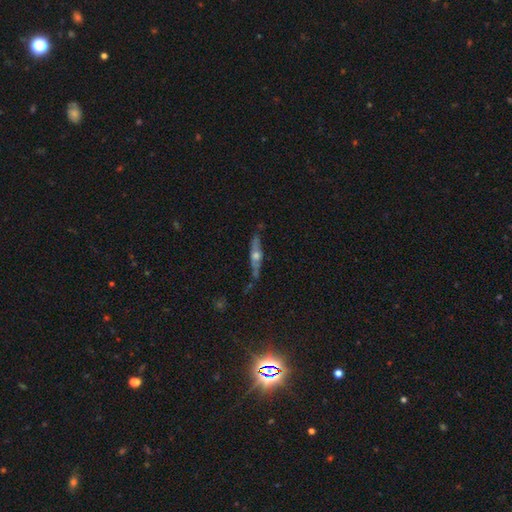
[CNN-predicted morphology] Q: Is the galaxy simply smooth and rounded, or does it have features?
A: featured or disk — 66%.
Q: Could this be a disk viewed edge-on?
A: yes — 86%.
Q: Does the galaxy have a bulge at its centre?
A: rounded — 88%.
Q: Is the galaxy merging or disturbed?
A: none — 73%.